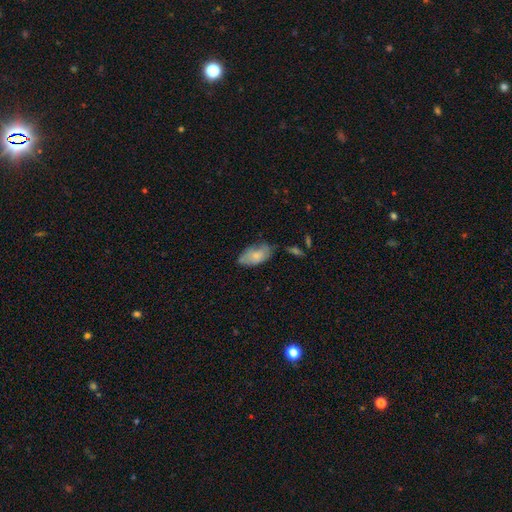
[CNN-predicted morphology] Smooth or featured? smooth (75%)
How rounded? in between (93%)
Merging? none (55%)